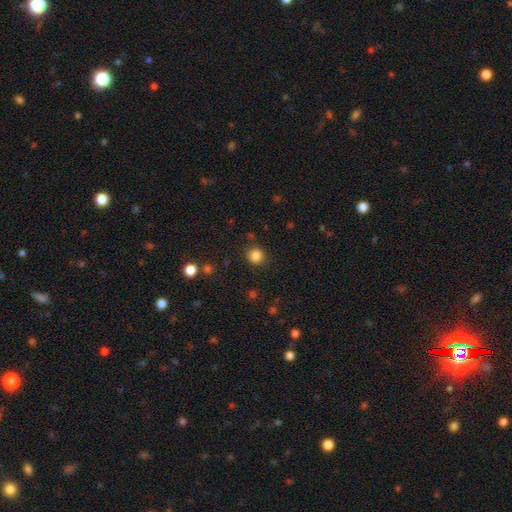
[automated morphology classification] smooth-or-featured: smooth: 84% | star or artifact: 12% | featured or disk: 4%
  how-rounded: round: 91% | in between: 8% | cigar-shaped: 1%
  merging: none: 88% | minor disturbance: 7% | major disturbance: 3% | merger: 2%